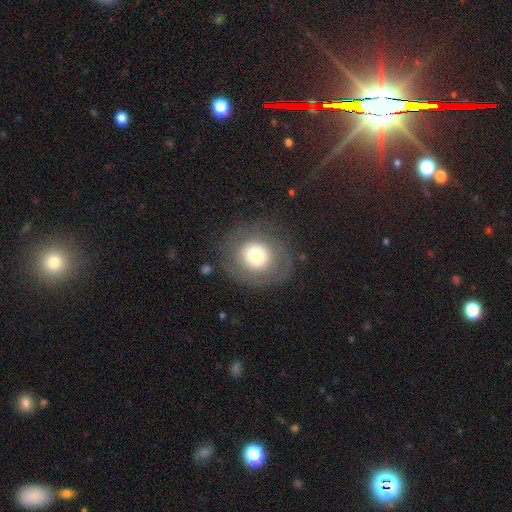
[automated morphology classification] This is likely a smooth galaxy (61%). How rounded: clearly round (85%). Merging: likely none (75%).